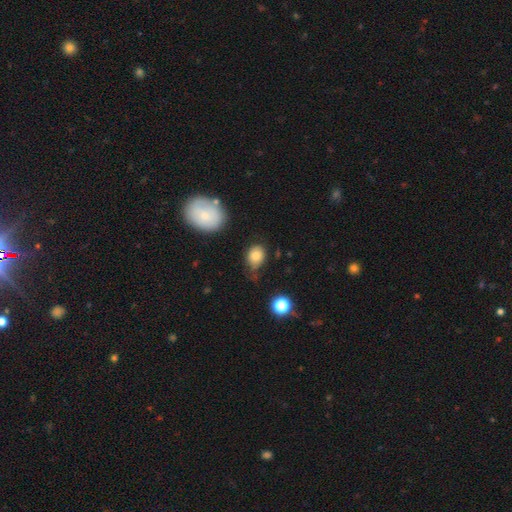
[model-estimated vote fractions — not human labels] smooth 81%, star or artifact 10%, featured or disk 9%. Down the decision tree: how rounded — in between (54%); merging — none (55%).